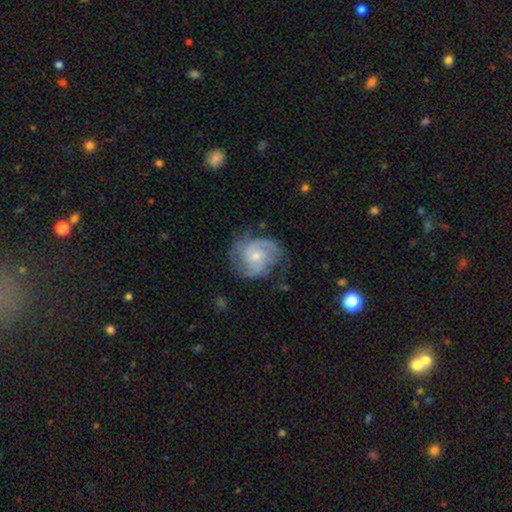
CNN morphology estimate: type=featured or disk (84%); edge-on=no (98%); bar=no (65%); spiral arms=yes (96%); winding=medium (46%); arm count=2 (39%); bulge=small (55%); merging=none (67%).